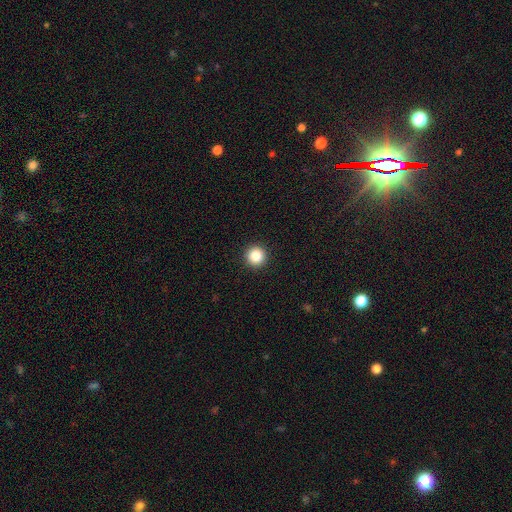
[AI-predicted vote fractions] This is clearly a smooth galaxy (86%). How rounded: clearly round (96%). Merging: clearly none (93%).